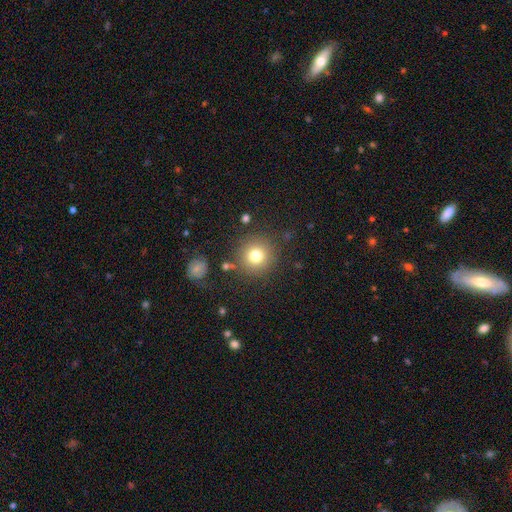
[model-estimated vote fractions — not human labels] Overall: smooth (77%). How rounded: round (94%). Merging: none (85%).